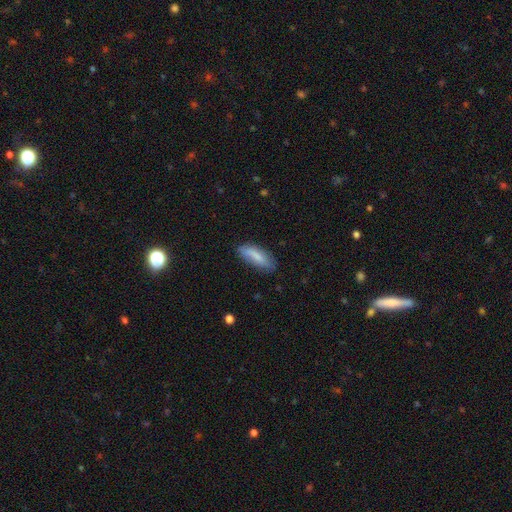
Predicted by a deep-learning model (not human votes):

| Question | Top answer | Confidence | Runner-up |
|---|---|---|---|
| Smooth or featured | smooth | 78% | featured or disk (15%) |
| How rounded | in between | 64% | cigar-shaped (34%) |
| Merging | none | 71% | minor disturbance (22%) |